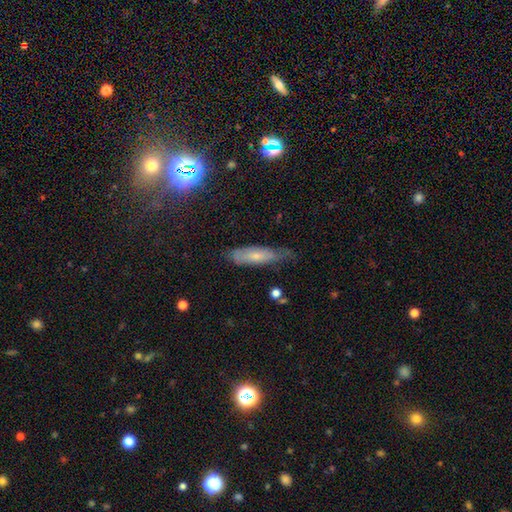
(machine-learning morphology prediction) Overall: smooth (52%; featured or disk 37%). How rounded: cigar-shaped (58%; in between 39%). Merging: none (53%; minor disturbance 35%).